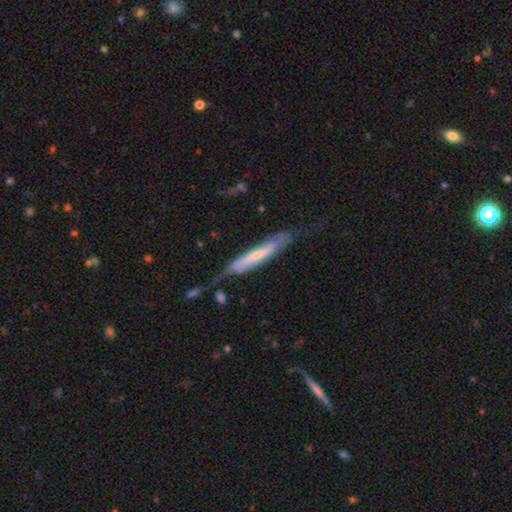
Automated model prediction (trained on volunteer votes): A featured or disk galaxy (55%) viewed edge-on (64%).

Vote fractions:
- Smooth or featured? featured or disk: 55% / smooth: 39% / star or artifact: 6%
- Edge-on disk? yes: 64% / no: 36%
- Merging? none: 41% / minor disturbance: 27% / major disturbance: 23% / merger: 9%